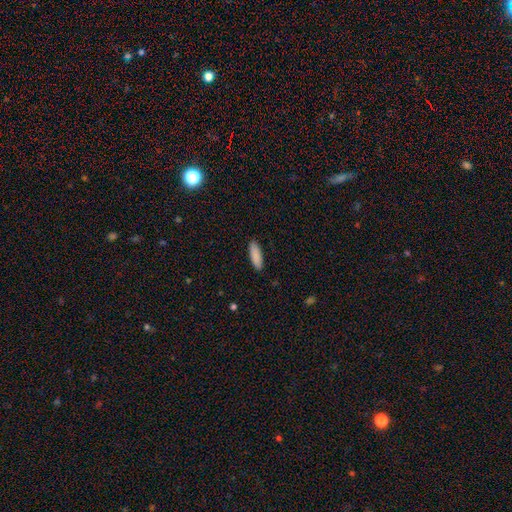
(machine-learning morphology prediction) smooth-or-featured: smooth: 89% | star or artifact: 6% | featured or disk: 5%
  how-rounded: cigar-shaped: 50% | in between: 49% | round: 1%
  merging: none: 89% | minor disturbance: 8% | major disturbance: 2% | merger: 1%